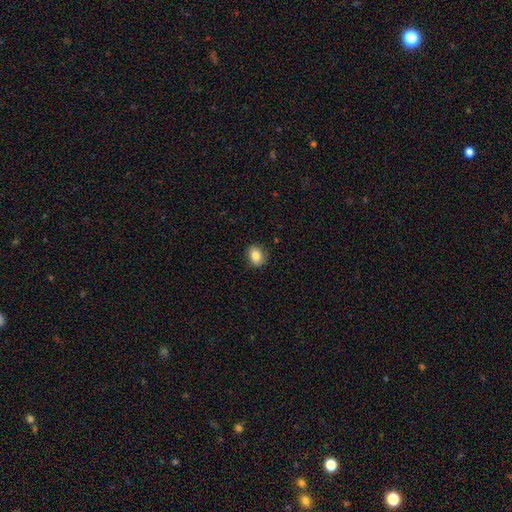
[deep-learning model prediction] Overall: smooth (84%). How rounded: in between (58%; round 41%). Merging: none (85%).